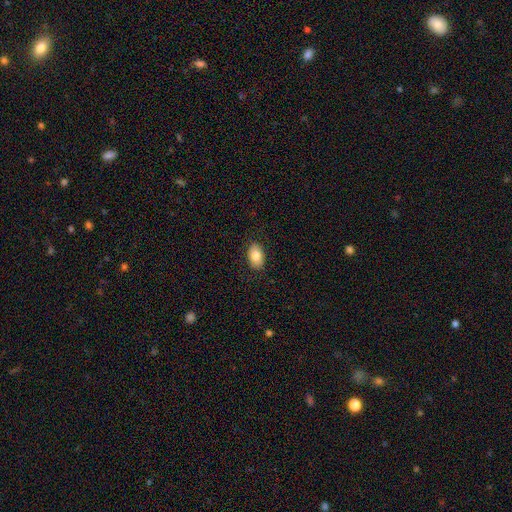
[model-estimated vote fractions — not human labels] Morphology: type=smooth (81%); roundness=in between (89%); merging=none (87%).